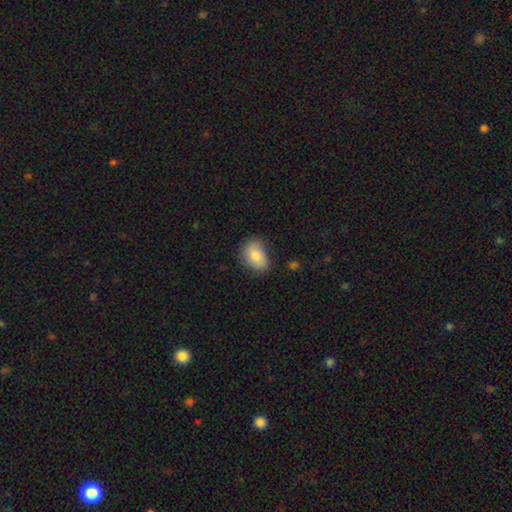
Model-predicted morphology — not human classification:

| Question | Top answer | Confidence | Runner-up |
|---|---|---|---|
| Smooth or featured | smooth | 81% | featured or disk (11%) |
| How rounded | in between | 72% | round (27%) |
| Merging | none | 74% | minor disturbance (20%) |